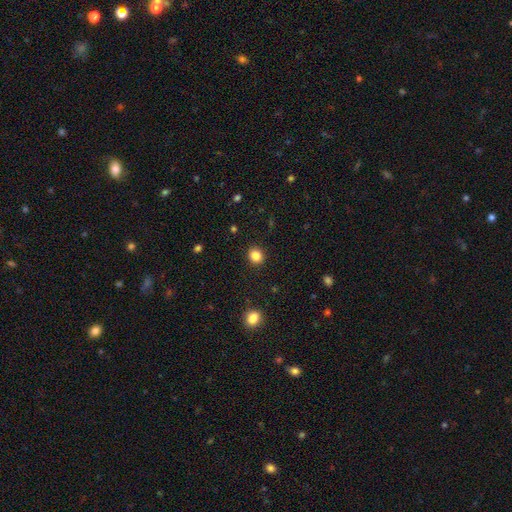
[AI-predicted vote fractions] smooth-or-featured: smooth: 85% | star or artifact: 11% | featured or disk: 4%
  how-rounded: round: 82% | in between: 17% | cigar-shaped: 1%
  merging: none: 91% | minor disturbance: 6% | major disturbance: 2% | merger: 1%